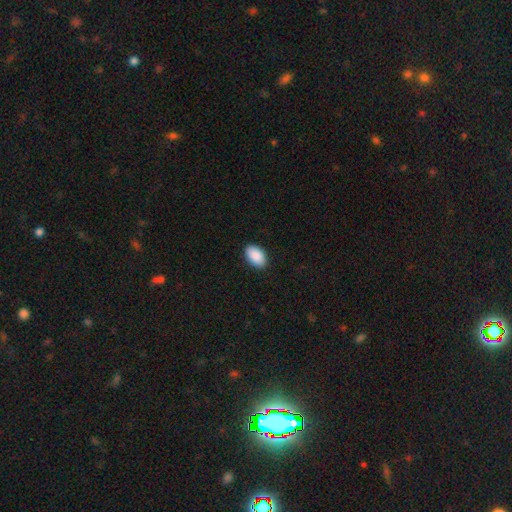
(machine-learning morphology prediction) smooth_or_featured: smooth (p=0.91) [alt: star or artifact p=0.06]
how_rounded: in between (p=0.94) [alt: round p=0.05]
merging: none (p=0.90) [alt: minor disturbance p=0.07]